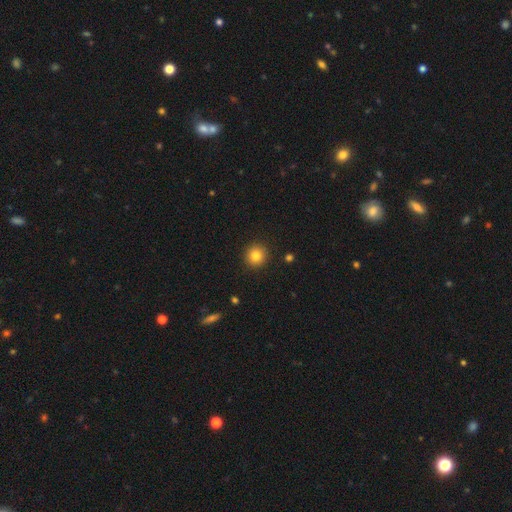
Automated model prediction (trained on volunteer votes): This is clearly a smooth galaxy (83%). How rounded: clearly round (94%). Merging: clearly none (92%).